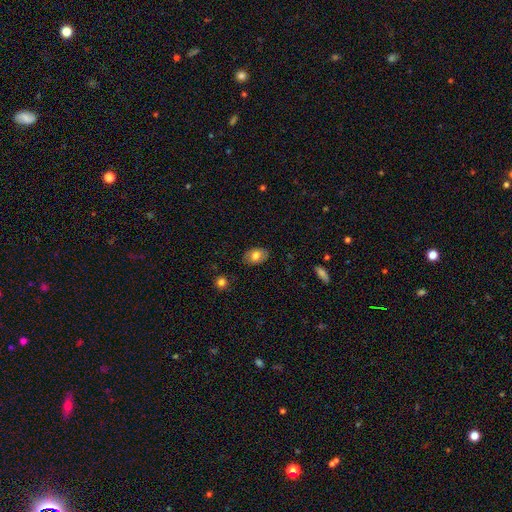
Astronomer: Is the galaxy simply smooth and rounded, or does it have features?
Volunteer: smooth — 68%.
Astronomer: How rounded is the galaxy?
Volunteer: in between — 93%.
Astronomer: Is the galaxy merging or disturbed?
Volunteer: none — 86%.